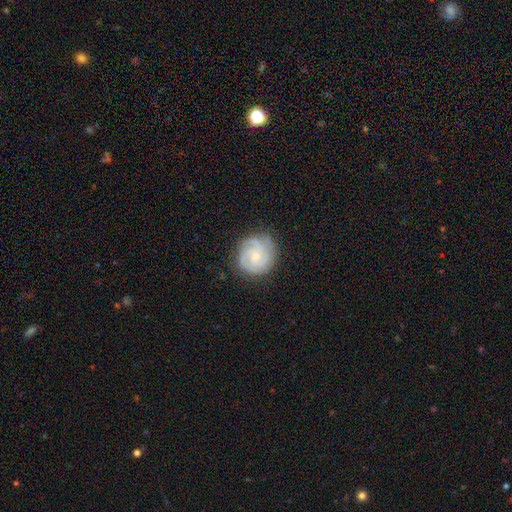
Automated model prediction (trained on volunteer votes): Morphology: type=featured or disk (79%); edge-on=no (98%); bar=no (67%); spiral arms=yes (97%); winding=tight (68%); arm count=3 (43%); bulge=small (63%); merging=none (77%).